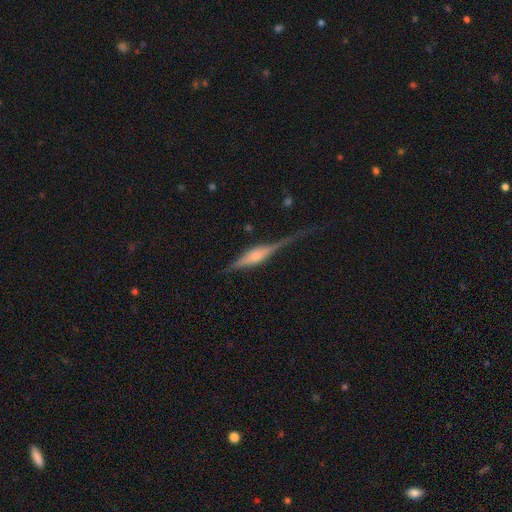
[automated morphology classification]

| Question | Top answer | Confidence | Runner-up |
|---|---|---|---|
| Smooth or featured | featured or disk | 75% | smooth (19%) |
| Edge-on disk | yes | 97% | no (3%) |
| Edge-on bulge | rounded | 73% | boxy (21%) |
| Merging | none | 68% | minor disturbance (20%) |